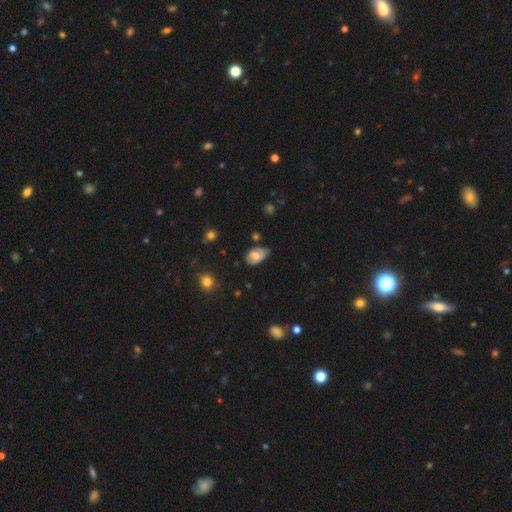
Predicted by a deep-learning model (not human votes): A smooth galaxy with no disk features (61%) that is in between round and cigar-shaped (88%).

Vote fractions:
- Smooth or featured? smooth: 61% / featured or disk: 31% / star or artifact: 8%
- How rounded? in between: 88% / round: 10% / cigar-shaped: 2%
- Merging? none: 53% / minor disturbance: 35% / major disturbance: 8% / merger: 4%